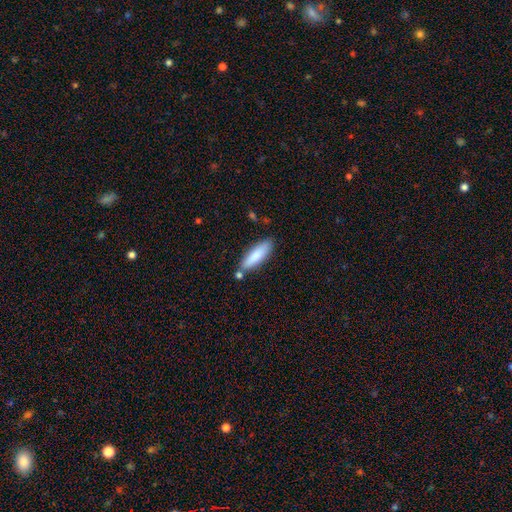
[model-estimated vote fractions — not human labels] smooth_or_featured: smooth (p=0.84) [alt: featured or disk p=0.10]
how_rounded: cigar-shaped (p=0.56) [alt: in between p=0.42]
merging: none (p=0.75) [alt: minor disturbance p=0.14]